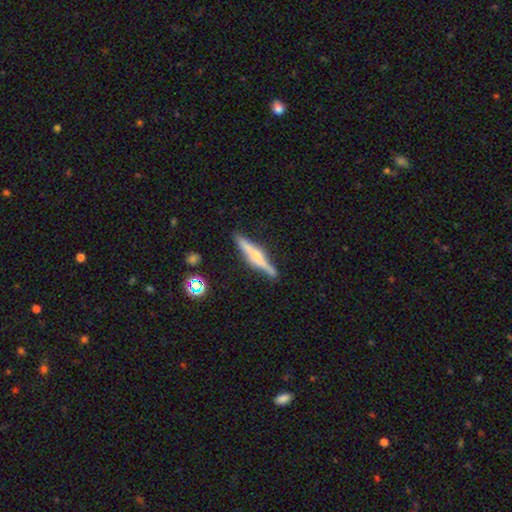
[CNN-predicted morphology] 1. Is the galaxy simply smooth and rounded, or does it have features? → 68% featured or disk, 25% smooth, 7% star or artifact.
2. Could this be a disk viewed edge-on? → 97% yes, 3% no.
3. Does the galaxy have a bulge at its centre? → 83% rounded, 10% boxy, 7% none.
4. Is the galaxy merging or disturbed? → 86% none, 10% minor disturbance, 2% merger, 2% major disturbance.